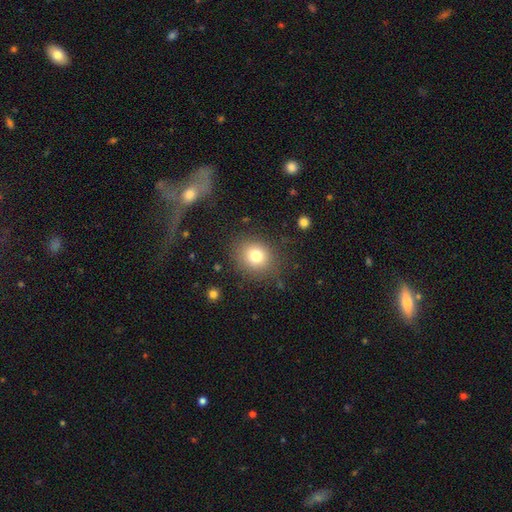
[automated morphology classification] Smooth or featured?
  - smooth: 78% *
  - star or artifact: 12%
  - featured or disk: 10%
How rounded?
  - round: 77% *
  - in between: 22%
  - cigar-shaped: 1%
Merging?
  - none: 83% *
  - minor disturbance: 10%
  - major disturbance: 5%
  - merger: 2%